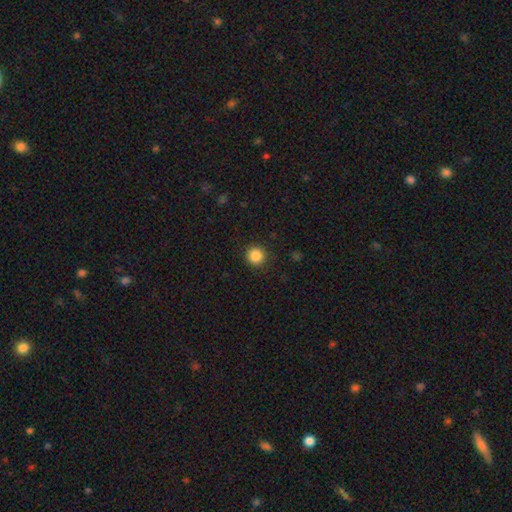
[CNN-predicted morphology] This is clearly a smooth galaxy (86%). How rounded: clearly round (95%). Merging: clearly none (91%).